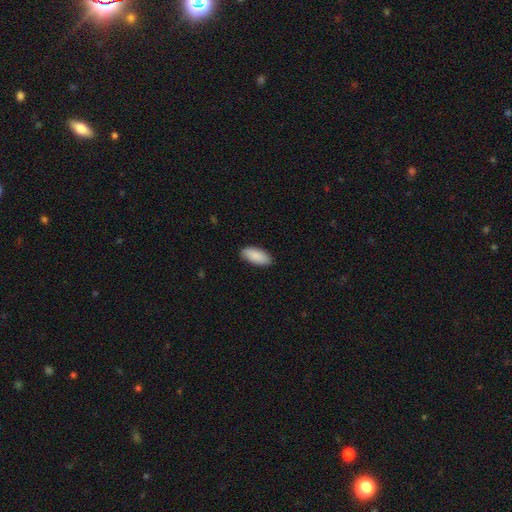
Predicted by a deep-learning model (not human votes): Smooth or featured?
  - smooth: 90% *
  - star or artifact: 6%
  - featured or disk: 4%
How rounded?
  - in between: 88% *
  - cigar-shaped: 10%
  - round: 2%
Merging?
  - none: 89% *
  - minor disturbance: 9%
  - major disturbance: 2%
  - merger: 1%